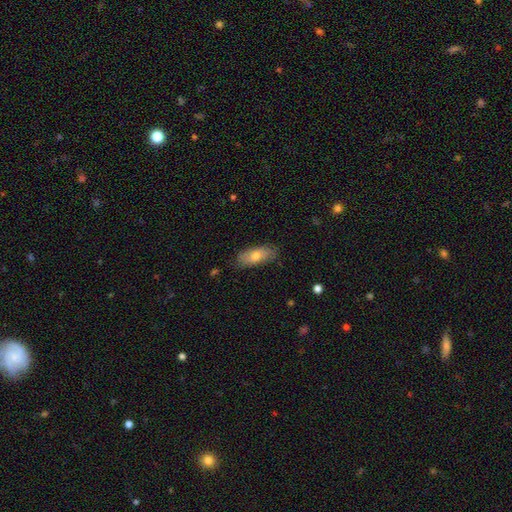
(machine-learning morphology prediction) A smooth galaxy with no disk features (73%) that is in between round and cigar-shaped (81%). Merging: none (80%).